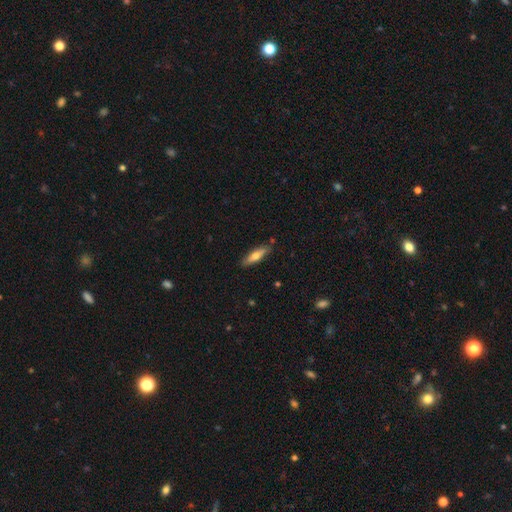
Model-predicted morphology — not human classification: smooth-or-featured: smooth: 62% | featured or disk: 32% | star or artifact: 6%
  how-rounded: cigar-shaped: 67% | in between: 31% | round: 2%
  merging: none: 85% | minor disturbance: 11% | merger: 2% | major disturbance: 2%